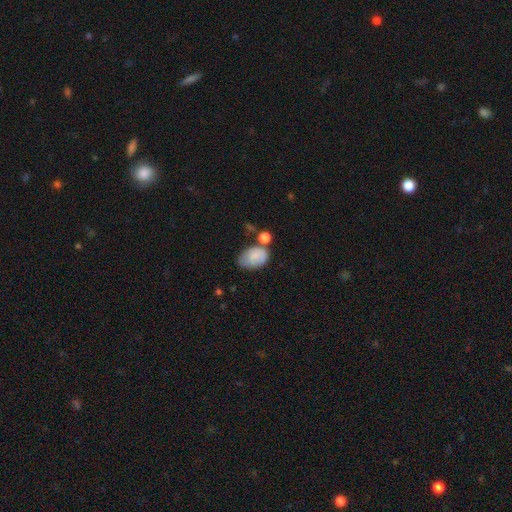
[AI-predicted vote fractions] Smooth or featured? Predicted: smooth (p=0.79). How rounded? Predicted: in between (p=0.86). Merging? Predicted: none (p=0.39).